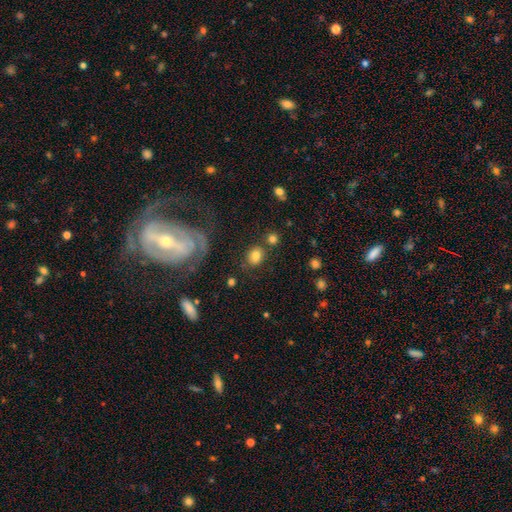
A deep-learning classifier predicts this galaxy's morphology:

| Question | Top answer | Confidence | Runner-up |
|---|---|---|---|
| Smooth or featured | smooth | 77% | star or artifact (12%) |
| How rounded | round | 59% | in between (39%) |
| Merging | none | 70% | minor disturbance (13%) |